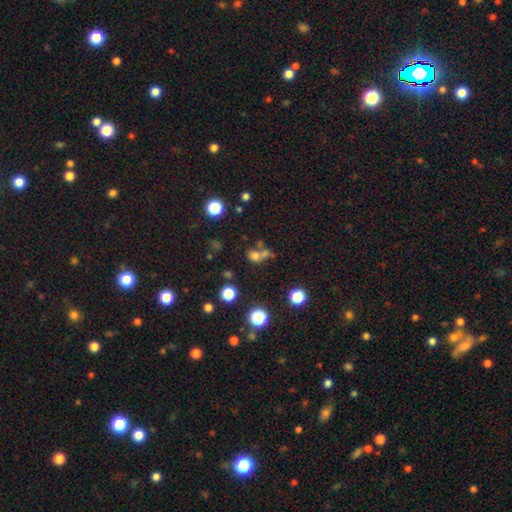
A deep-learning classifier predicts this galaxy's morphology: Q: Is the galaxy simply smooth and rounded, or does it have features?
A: smooth — 68%.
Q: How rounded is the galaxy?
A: round — 62%.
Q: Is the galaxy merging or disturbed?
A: merger — 44%.